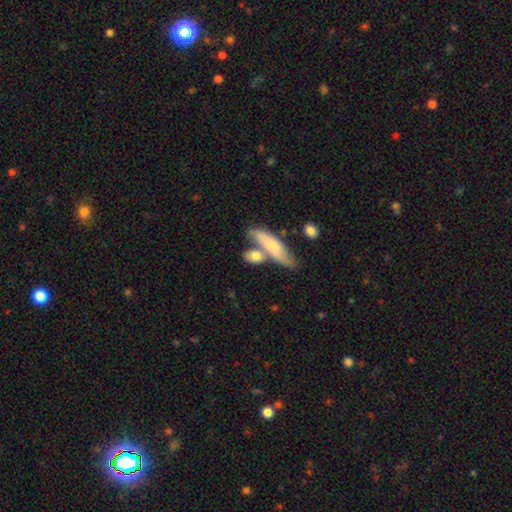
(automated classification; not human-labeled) Q: Smooth or featured?
A: smooth (70%); runner-up: featured or disk (24%)
Q: How rounded?
A: in between (63%); runner-up: cigar-shaped (26%)
Q: Merging?
A: none (41%); runner-up: merger (39%)